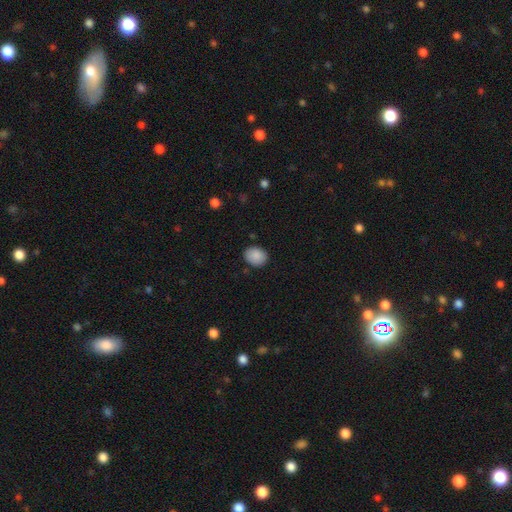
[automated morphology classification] type=smooth (88%); roundness=round (52%); merging=none (85%).